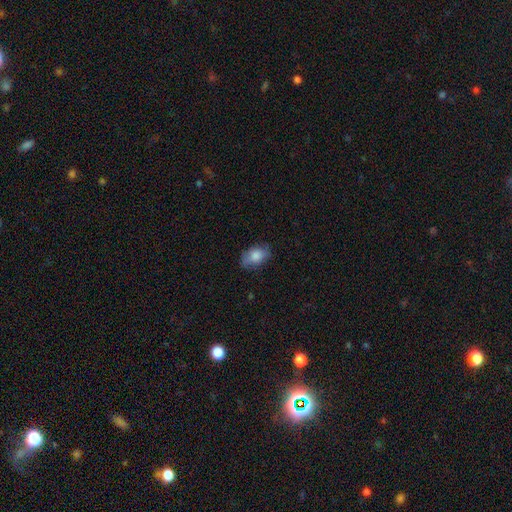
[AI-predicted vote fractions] Smooth or featured? smooth (78%)
How rounded? in between (87%)
Merging? none (73%)